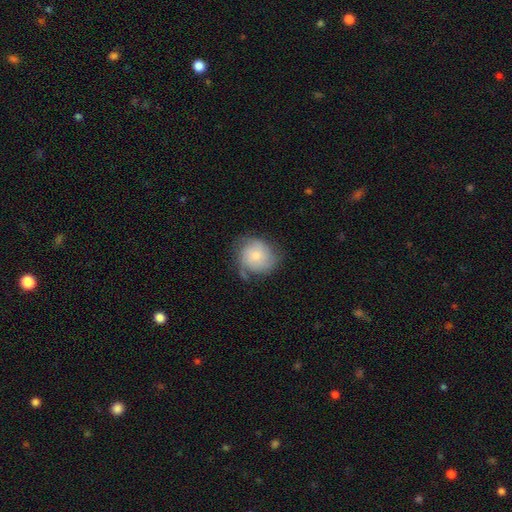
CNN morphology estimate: The model was most divided on "smooth or featured": smooth: 55%, featured or disk: 37%, star or artifact: 7%. More confident: how rounded — round (81%); merging — none (54%).